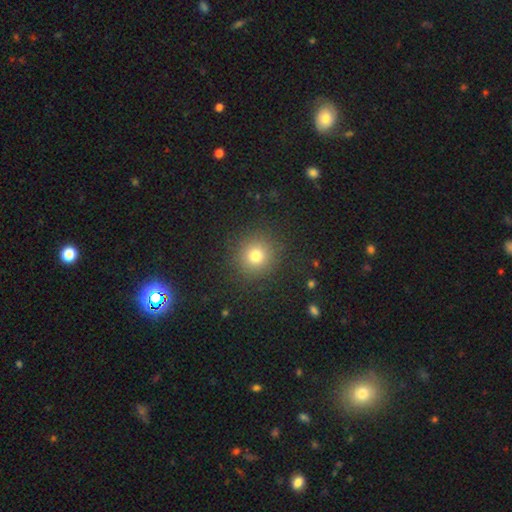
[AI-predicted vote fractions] smooth 76%, star or artifact 17%, featured or disk 7%. Down the decision tree: how rounded — round (92%); merging — none (89%).